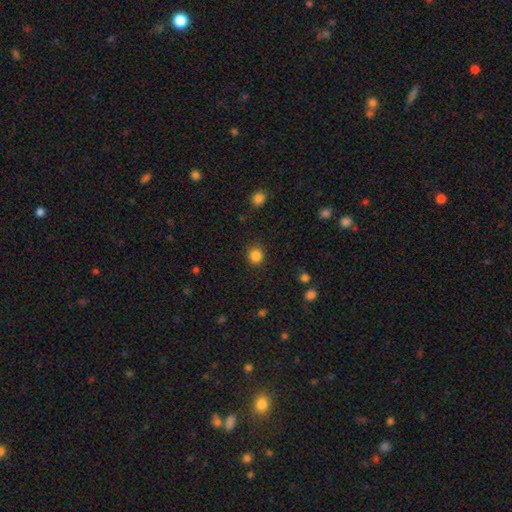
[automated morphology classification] The model was most divided on "smooth or featured": smooth: 85%, star or artifact: 12%, featured or disk: 3%. More confident: how rounded — round (89%); merging — none (89%).